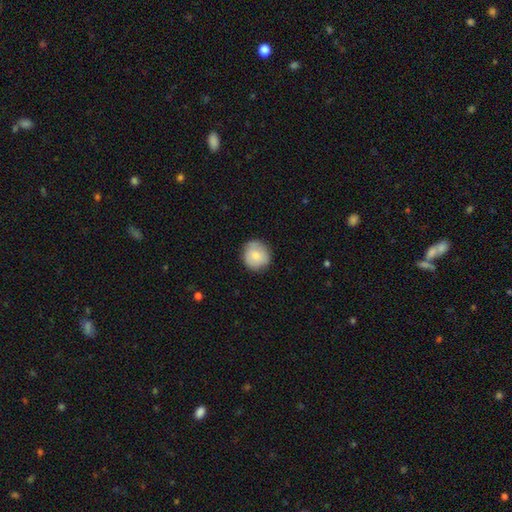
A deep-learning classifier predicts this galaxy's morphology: This is clearly a smooth galaxy (81%). How rounded: clearly round (91%). Merging: clearly none (83%).